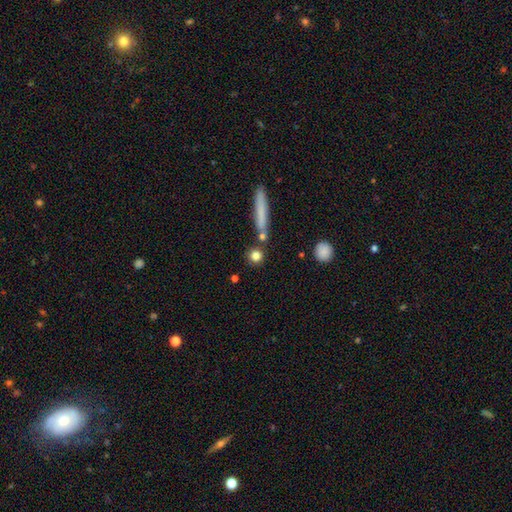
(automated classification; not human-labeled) smooth 80%, star or artifact 10%, featured or disk 10%. Down the decision tree: how rounded — round (86%); merging — none (75%).